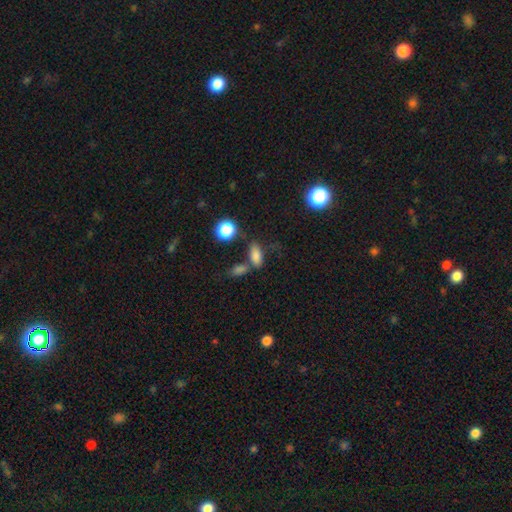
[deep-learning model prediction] A smooth galaxy with no disk features (79%) that is in between round and cigar-shaped (80%).

Vote fractions:
- Smooth or featured? smooth: 79% / star or artifact: 13% / featured or disk: 8%
- How rounded? in between: 80% / cigar-shaped: 11% / round: 9%
- Merging? none: 55% / merger: 22% / minor disturbance: 16% / major disturbance: 7%